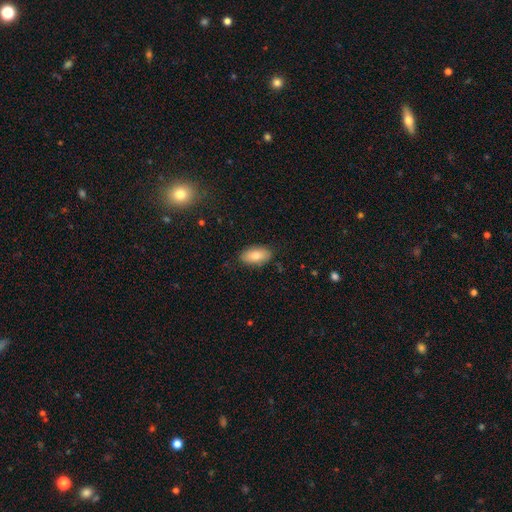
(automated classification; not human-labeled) This is likely a smooth galaxy (77%). How rounded: clearly in between (93%). Merging: clearly none (86%).